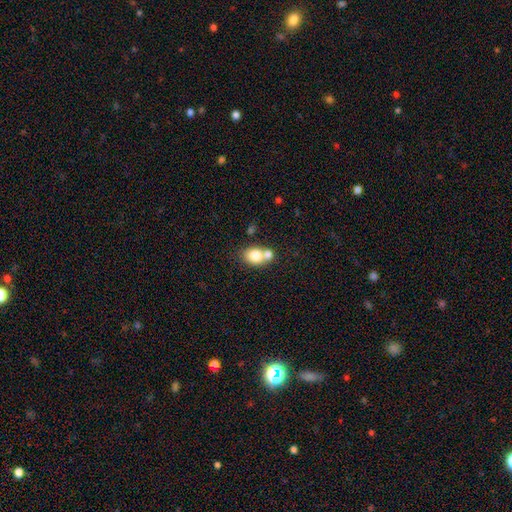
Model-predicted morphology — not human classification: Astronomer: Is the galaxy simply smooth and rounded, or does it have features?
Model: smooth — 79%.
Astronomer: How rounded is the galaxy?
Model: in between — 56% (runner-up: round, 42%).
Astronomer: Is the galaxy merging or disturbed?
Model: merger — 48% (runner-up: none, 38%).